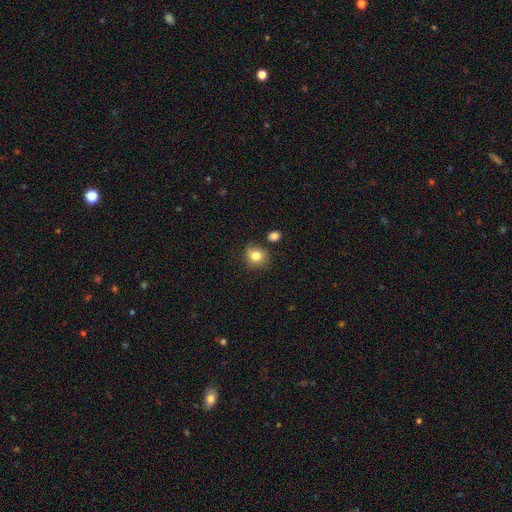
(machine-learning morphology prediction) This appears to be a smooth galaxy with no disk features (81%) that is round (82%). Merging: none (76%).